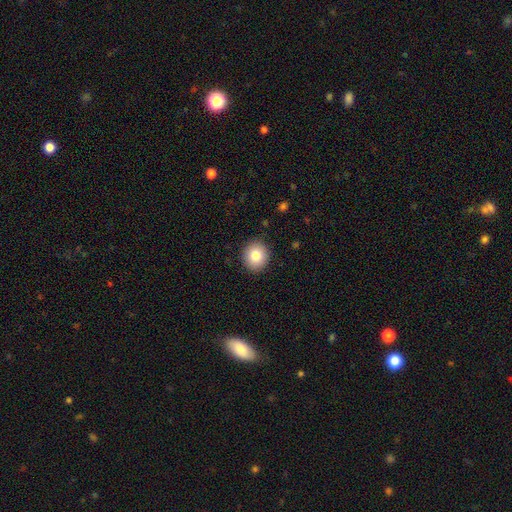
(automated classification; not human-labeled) smooth 83%, star or artifact 9%, featured or disk 8%. Down the decision tree: how rounded — round (84%); merging — none (90%).